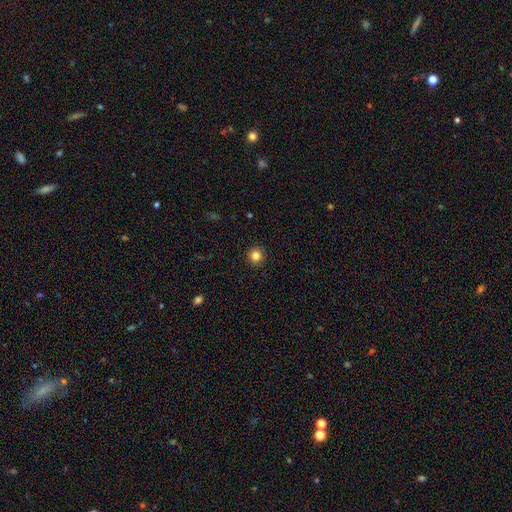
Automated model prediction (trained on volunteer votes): Smooth or featured? smooth (83%)
How rounded? round (94%)
Merging? none (93%)